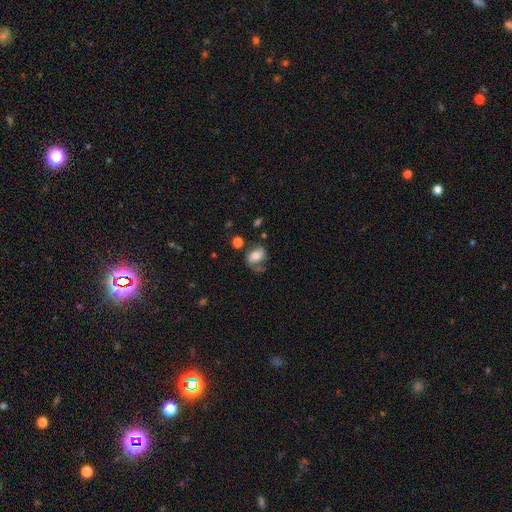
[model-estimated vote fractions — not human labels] A smooth galaxy with no disk features (46%). Merging: none (50%).